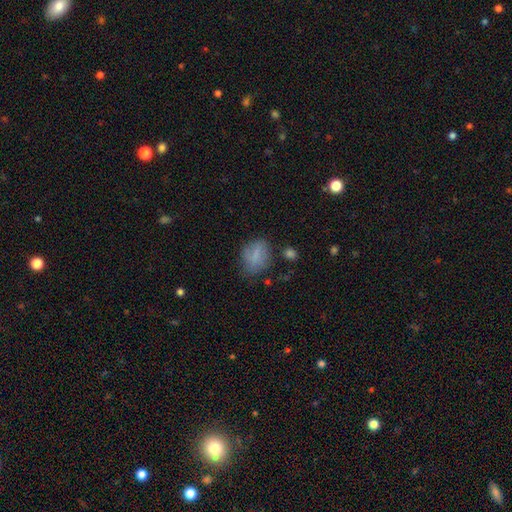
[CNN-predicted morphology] A smooth galaxy with no disk features (72%) that is in between round and cigar-shaped (67%). Merging: none (60%).